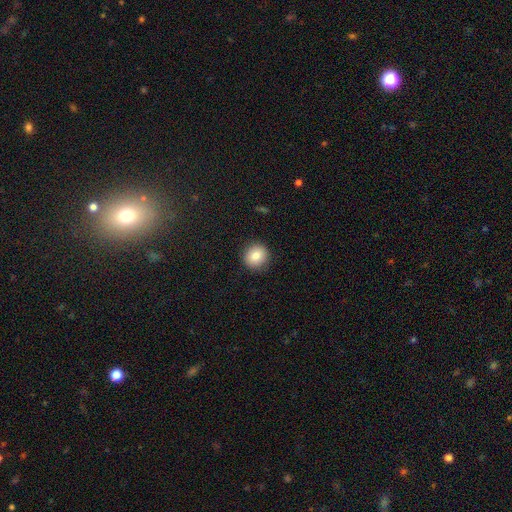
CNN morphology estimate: This appears to be a smooth galaxy with no disk features (84%) that is round (90%). Merging: none (90%).